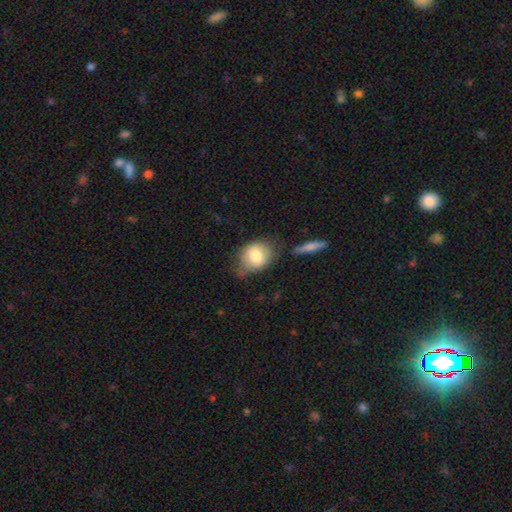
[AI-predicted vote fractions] Smooth or featured? smooth (77%)
How rounded? round (51%)
Merging? none (53%)